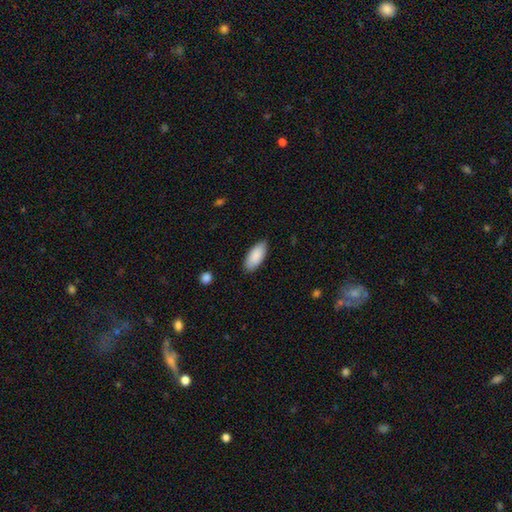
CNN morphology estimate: A smooth galaxy with no disk features (89%) that is in between round and cigar-shaped (88%). Merging: none (84%).